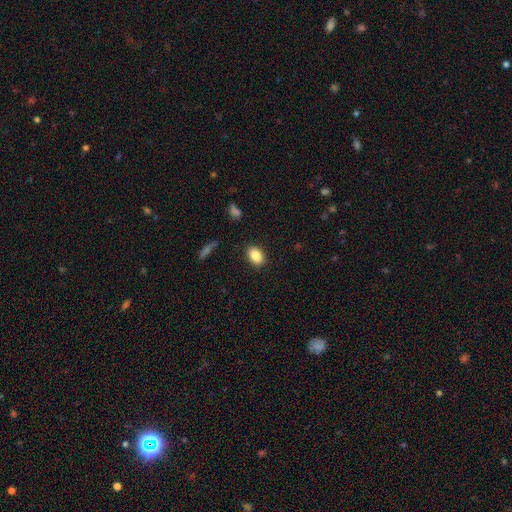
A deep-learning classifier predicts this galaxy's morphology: smooth_or_featured: smooth (p=0.85) [alt: star or artifact p=0.08]
how_rounded: in between (p=0.81) [alt: round p=0.18]
merging: none (p=0.88) [alt: minor disturbance p=0.08]